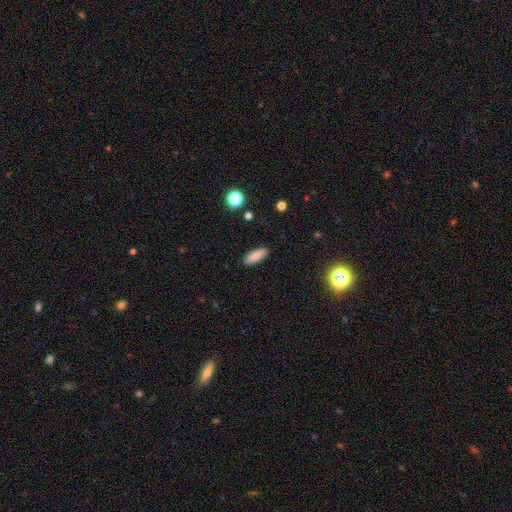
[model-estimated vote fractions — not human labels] Smooth or featured: smooth — 79% (featured or disk — 13%)
How rounded: in between — 70% (cigar-shaped — 27%)
Merging: none — 89% (minor disturbance — 8%)